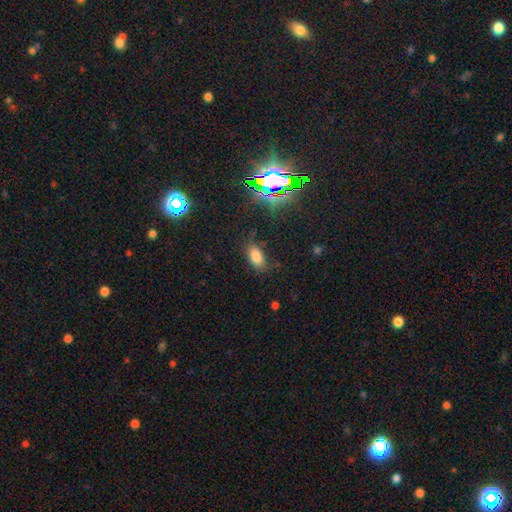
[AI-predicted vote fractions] A smooth galaxy with no disk features (76%) that is in between round and cigar-shaped (89%). Merging: none (77%).